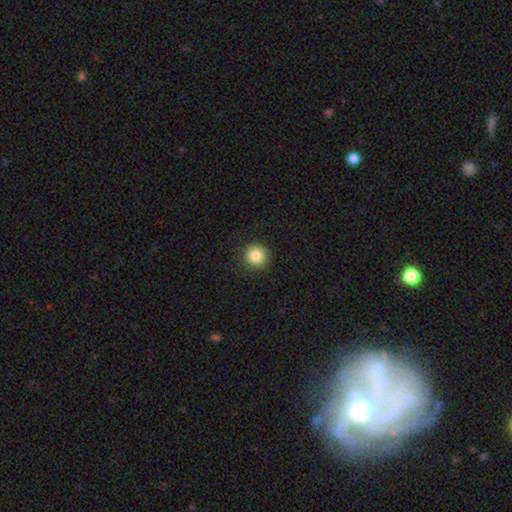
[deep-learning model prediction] Overall: smooth (86%). How rounded: round (95%). Merging: none (90%).